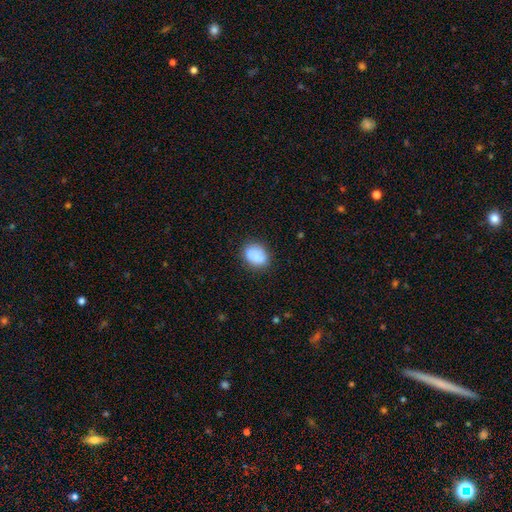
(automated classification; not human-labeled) Smooth or featured?
  - smooth: 82% *
  - featured or disk: 10%
  - star or artifact: 8%
How rounded?
  - in between: 61% *
  - round: 38%
  - cigar-shaped: 1%
Merging?
  - none: 76% *
  - minor disturbance: 16%
  - major disturbance: 4%
  - merger: 4%